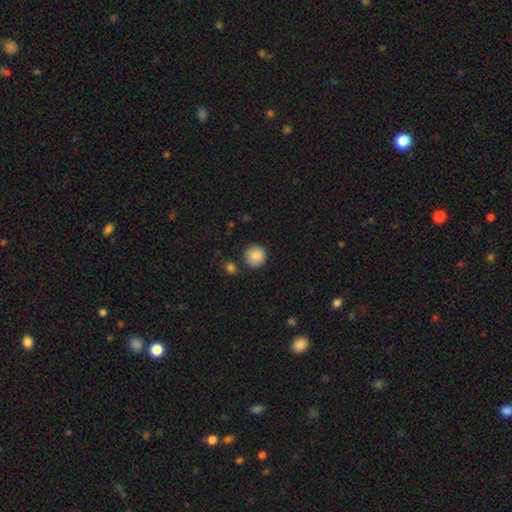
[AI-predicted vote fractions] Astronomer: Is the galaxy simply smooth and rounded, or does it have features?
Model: smooth — 87%.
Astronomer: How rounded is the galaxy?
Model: round — 95%.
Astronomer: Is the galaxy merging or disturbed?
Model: none — 85%.